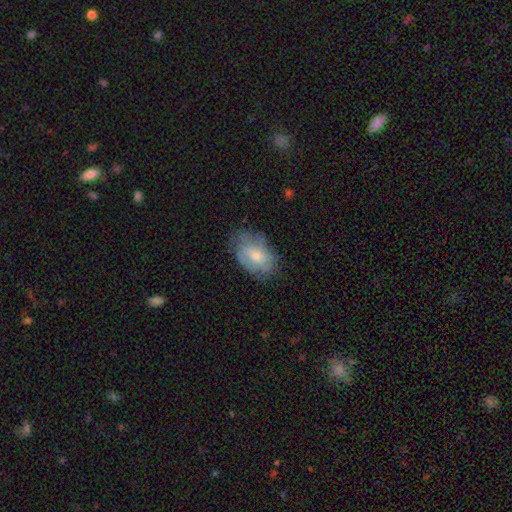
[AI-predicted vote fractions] The model was most divided on "smooth or featured": smooth: 55%, featured or disk: 38%, star or artifact: 7%. More confident: how rounded — in between (87%); merging — none (61%).